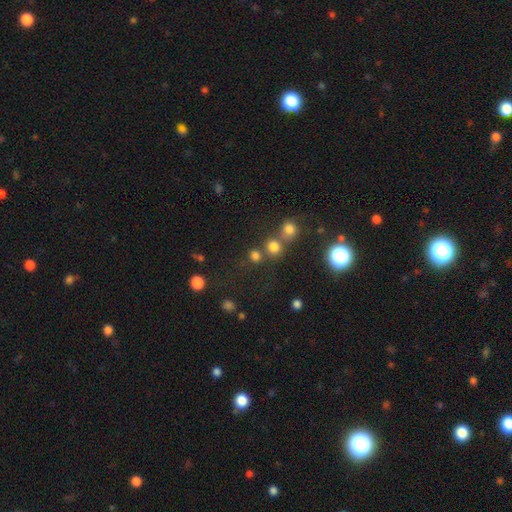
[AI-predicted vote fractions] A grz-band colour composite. It shows a smooth galaxy with no disk features (70%) that is round (88%). Merging: none (63%).